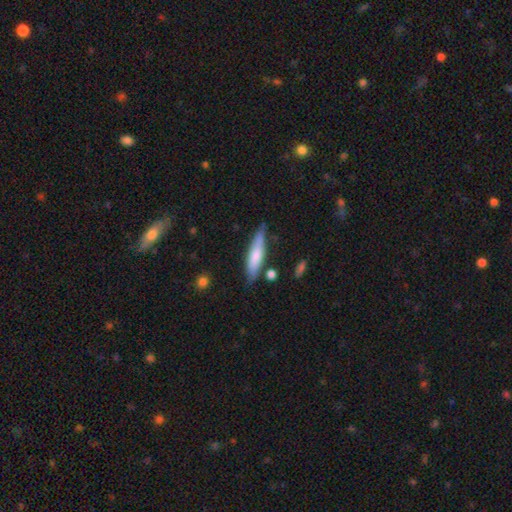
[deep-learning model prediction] This appears to be a smooth galaxy with no disk features (67%) that is cigar-shaped (78%). Merging: none (74%).